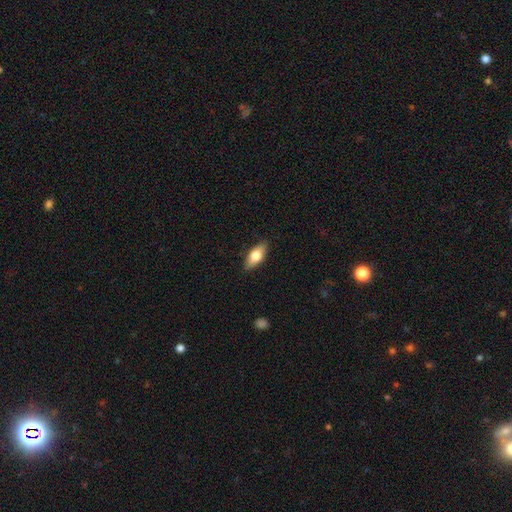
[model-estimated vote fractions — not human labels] Smooth or featured? Predicted: smooth (p=0.67). How rounded? Predicted: in between (p=0.81). Merging? Predicted: none (p=0.87).